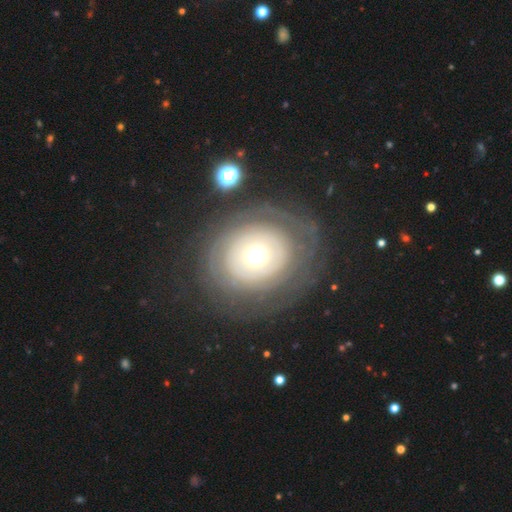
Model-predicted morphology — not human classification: Smooth or featured: featured or disk — 62% (smooth — 30%)
Edge-on disk: no — 96% (yes — 4%)
Bar: no — 90% (weak — 7%)
Spiral arms: no — 52% (yes — 48%)
Bulge size: moderate — 62% (small — 17%)
Merging: none — 74% (minor disturbance — 13%)